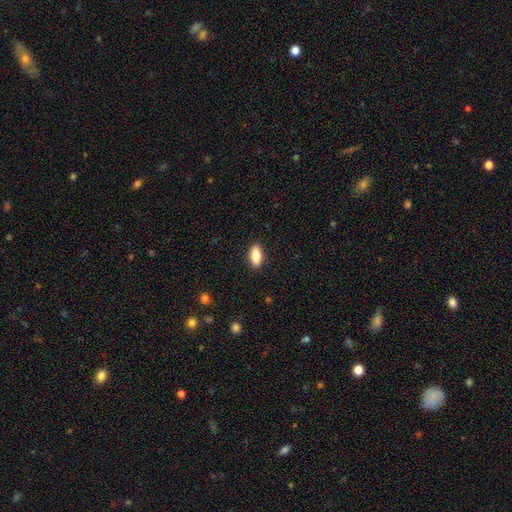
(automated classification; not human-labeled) Smooth or featured: smooth — 85% (featured or disk — 8%)
How rounded: in between — 88% (cigar-shaped — 8%)
Merging: none — 89% (minor disturbance — 8%)